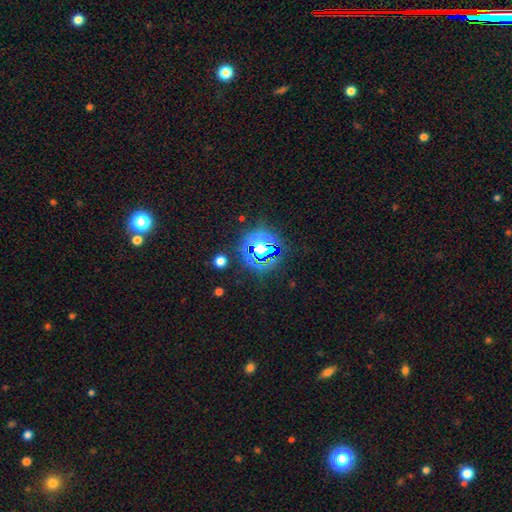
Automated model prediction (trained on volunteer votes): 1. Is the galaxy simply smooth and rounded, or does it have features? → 69% star or artifact, 22% smooth, 10% featured or disk.